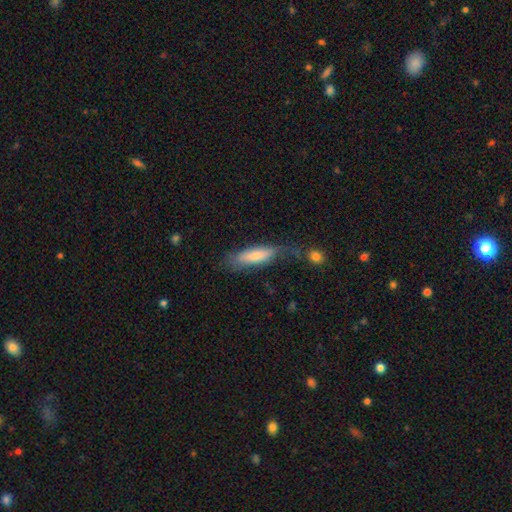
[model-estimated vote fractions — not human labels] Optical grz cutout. It shows a smooth galaxy with no disk features (73%) that is cigar-shaped (51%). Merging: none (52%).